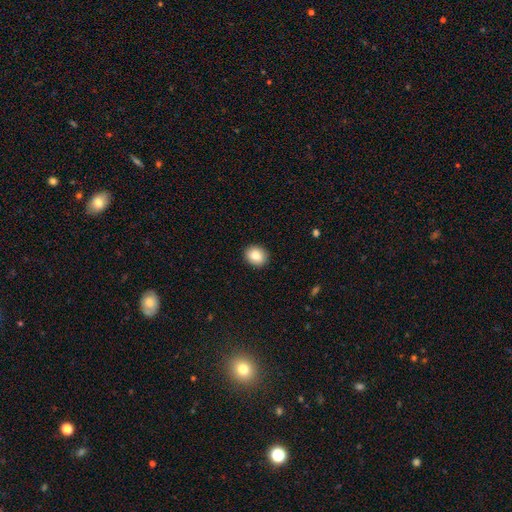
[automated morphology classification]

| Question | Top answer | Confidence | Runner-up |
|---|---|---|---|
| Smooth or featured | smooth | 86% | star or artifact (8%) |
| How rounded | round | 58% | in between (41%) |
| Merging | none | 90% | minor disturbance (7%) |